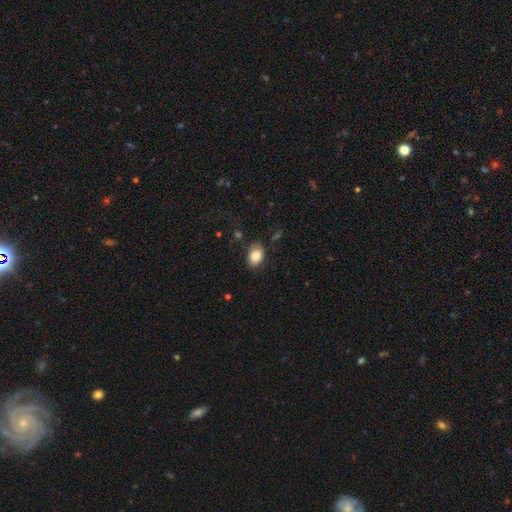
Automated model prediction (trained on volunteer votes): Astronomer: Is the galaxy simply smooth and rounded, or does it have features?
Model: smooth — 84%.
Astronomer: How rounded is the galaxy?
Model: in between — 81%.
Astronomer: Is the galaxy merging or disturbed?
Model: none — 81%.